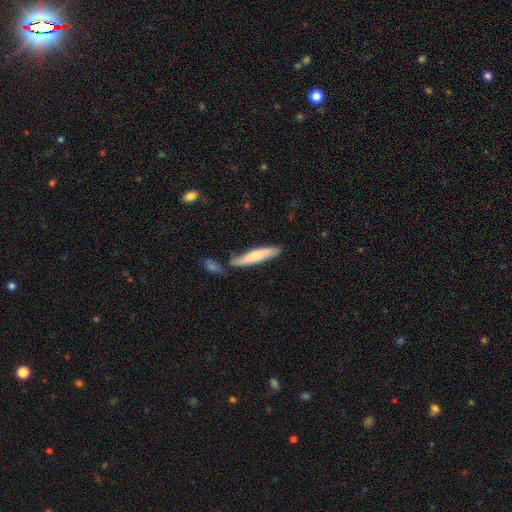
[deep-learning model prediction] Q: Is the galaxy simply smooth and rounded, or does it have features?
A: smooth — 64%.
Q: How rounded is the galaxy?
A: cigar-shaped — 87%.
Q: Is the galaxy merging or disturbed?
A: none — 71%.